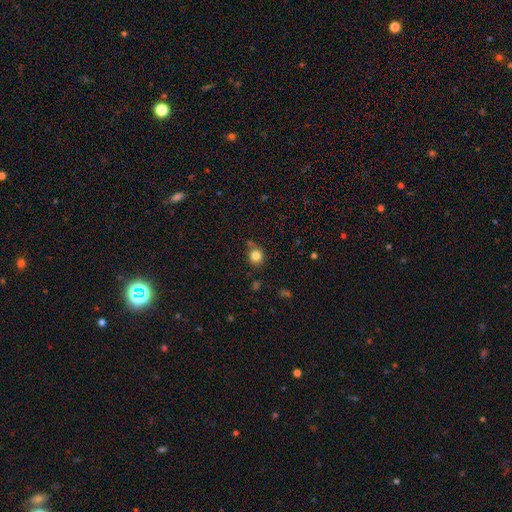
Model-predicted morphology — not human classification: smooth 83%, star or artifact 12%, featured or disk 6%. Down the decision tree: how rounded — round (87%); merging — none (74%).